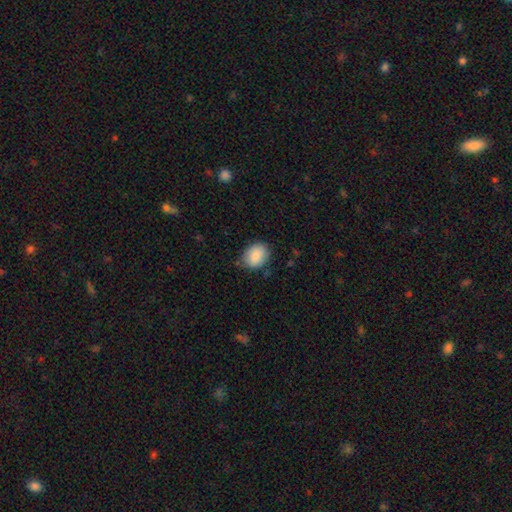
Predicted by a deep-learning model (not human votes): A smooth galaxy with no disk features (85%) that is in between round and cigar-shaped (61%). Merging: none (78%).